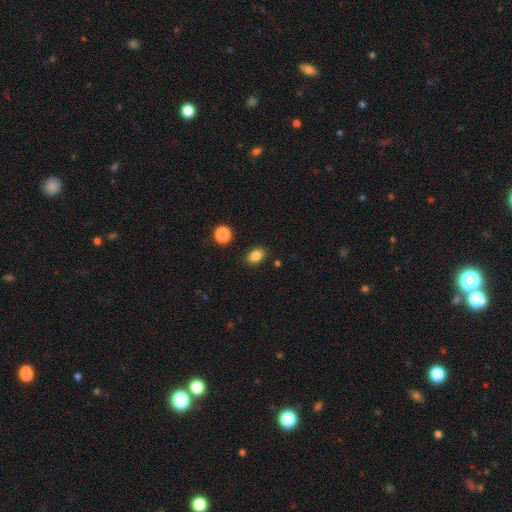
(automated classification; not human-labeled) The model was most divided on "how rounded": in between: 75%, round: 24%, cigar-shaped: 1%. More confident: merging — none (86%); smooth or featured — smooth (85%).